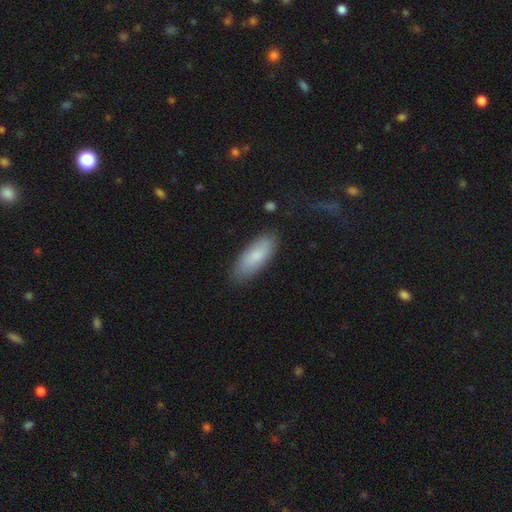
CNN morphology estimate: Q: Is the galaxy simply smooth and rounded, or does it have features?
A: smooth — 82%.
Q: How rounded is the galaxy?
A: in between — 74%.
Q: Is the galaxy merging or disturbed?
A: none — 83%.